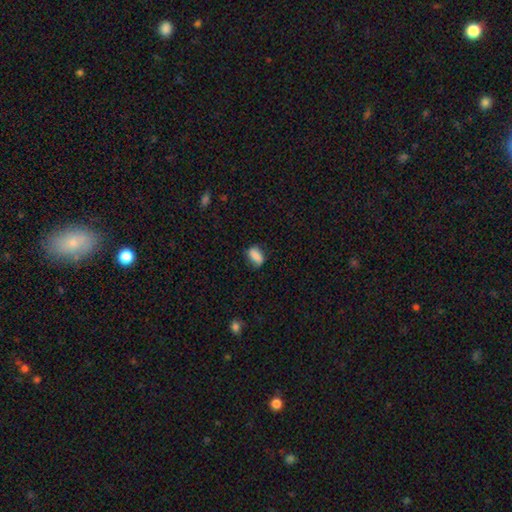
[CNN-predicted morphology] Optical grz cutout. It shows a smooth galaxy with no disk features (83%) that is in between round and cigar-shaped (84%). Merging: none (68%).